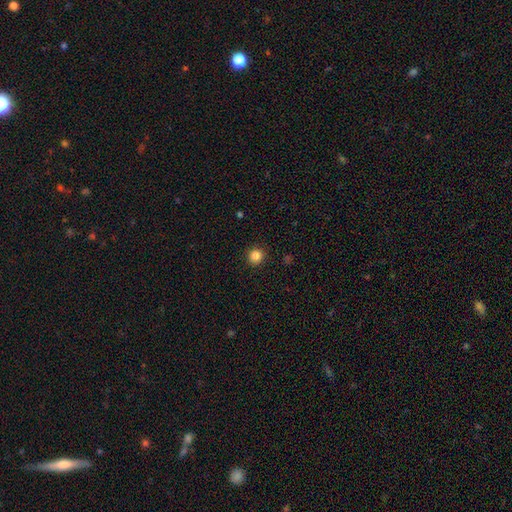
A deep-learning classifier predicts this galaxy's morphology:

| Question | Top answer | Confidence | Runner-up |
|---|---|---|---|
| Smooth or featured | smooth | 85% | star or artifact (12%) |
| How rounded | round | 93% | in between (6%) |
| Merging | none | 91% | minor disturbance (6%) |